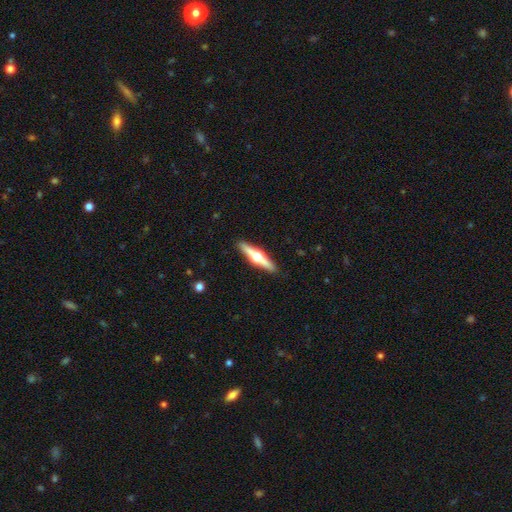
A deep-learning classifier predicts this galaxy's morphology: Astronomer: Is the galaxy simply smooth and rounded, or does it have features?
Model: featured or disk — 71%.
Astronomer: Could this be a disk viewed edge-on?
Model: yes — 97%.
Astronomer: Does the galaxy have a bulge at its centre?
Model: rounded — 96%.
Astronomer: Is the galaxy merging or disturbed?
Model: none — 92%.